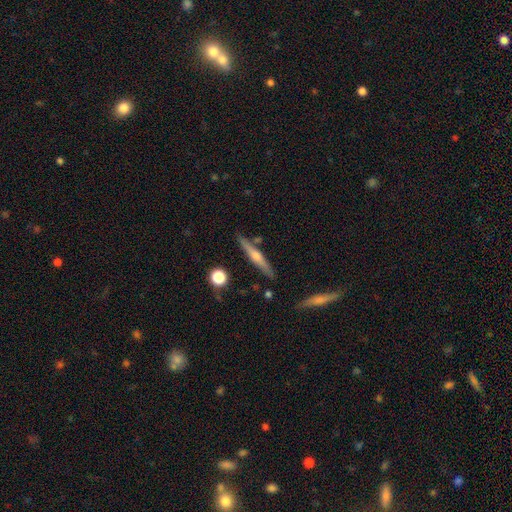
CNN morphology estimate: Smooth or featured? featured or disk (65%)
Edge-on disk? yes (97%)
Edge-on bulge? rounded (84%)
Merging? none (84%)